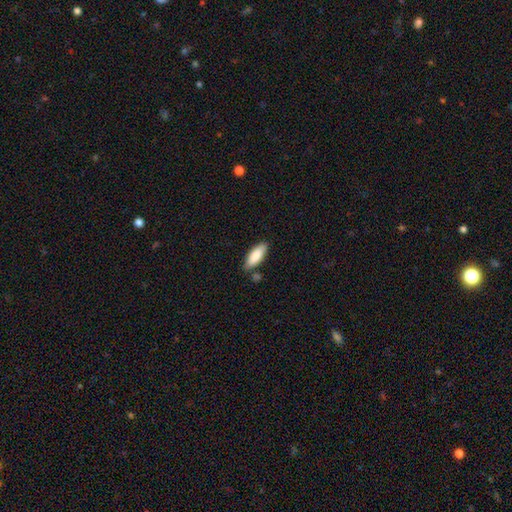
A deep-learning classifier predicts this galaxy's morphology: A smooth galaxy with no disk features (85%) that is in between round and cigar-shaped (73%).

Vote fractions:
- Smooth or featured? smooth: 85% / featured or disk: 10% / star or artifact: 6%
- How rounded? in between: 73% / cigar-shaped: 26% / round: 2%
- Merging? none: 77% / minor disturbance: 14% / merger: 6% / major disturbance: 3%